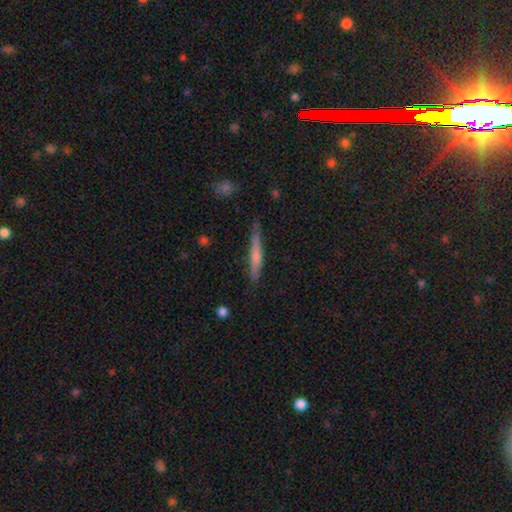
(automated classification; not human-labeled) A smooth galaxy with no disk features (60%) that is cigar-shaped (94%).

Vote fractions:
- Smooth or featured? smooth: 60% / featured or disk: 34% / star or artifact: 6%
- How rounded? cigar-shaped: 94% / in between: 4% / round: 1%
- Merging? none: 79% / minor disturbance: 17% / major disturbance: 3% / merger: 2%